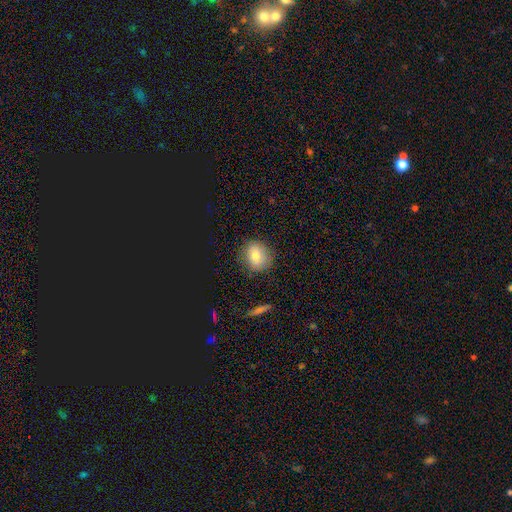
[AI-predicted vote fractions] smooth-or-featured: smooth: 74% | featured or disk: 15% | star or artifact: 11%
  how-rounded: round: 72% | in between: 26% | cigar-shaped: 1%
  merging: none: 80% | minor disturbance: 14% | major disturbance: 4% | merger: 2%